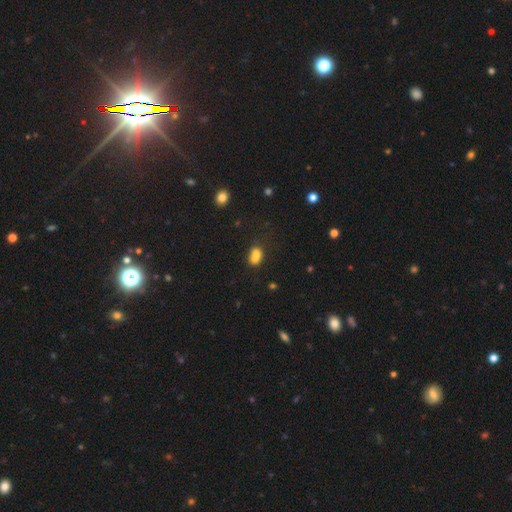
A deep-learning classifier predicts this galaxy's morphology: Overall: smooth (81%). How rounded: in between (79%). Merging: none (55%; minor disturbance 22%).